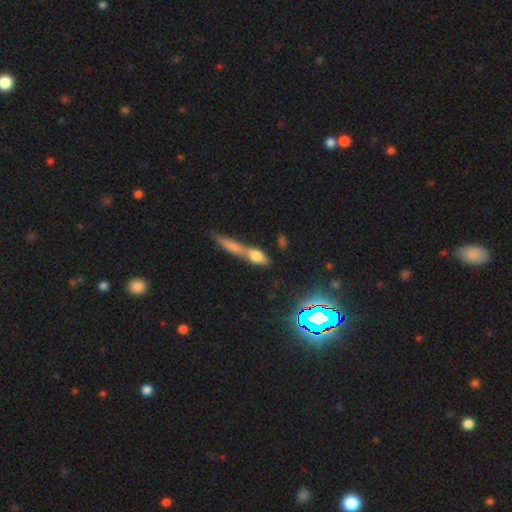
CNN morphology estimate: Smooth or featured? smooth (63%)
How rounded? in between (48%)
Merging? merger (60%)